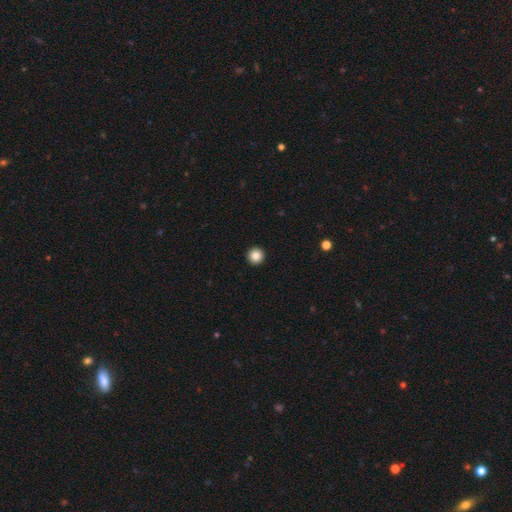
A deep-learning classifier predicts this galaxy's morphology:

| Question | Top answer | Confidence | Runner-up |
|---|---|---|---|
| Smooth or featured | smooth | 86% | star or artifact (9%) |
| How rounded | round | 97% | in between (2%) |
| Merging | none | 94% | minor disturbance (3%) |